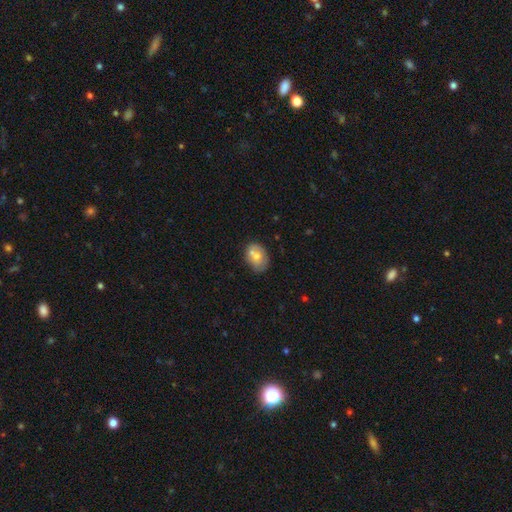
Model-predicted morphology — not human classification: Smooth or featured?
  - smooth: 62% *
  - featured or disk: 31%
  - star or artifact: 7%
How rounded?
  - in between: 70% *
  - round: 29%
  - cigar-shaped: 1%
Merging?
  - none: 51% *
  - merger: 24%
  - minor disturbance: 20%
  - major disturbance: 5%